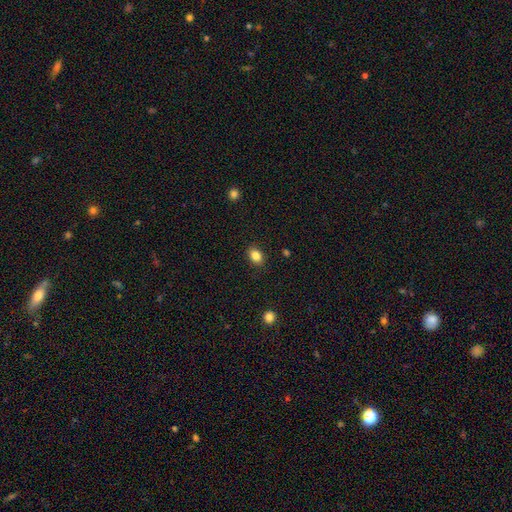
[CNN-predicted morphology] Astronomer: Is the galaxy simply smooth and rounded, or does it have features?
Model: smooth — 85%.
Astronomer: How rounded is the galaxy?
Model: in between — 70%.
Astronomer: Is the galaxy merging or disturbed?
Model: none — 88%.